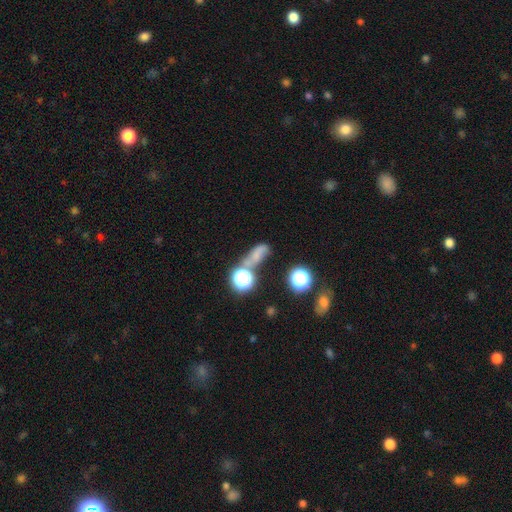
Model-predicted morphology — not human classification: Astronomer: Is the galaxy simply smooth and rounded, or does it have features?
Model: smooth — 52%.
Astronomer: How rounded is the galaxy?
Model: in between — 56% (runner-up: round, 32%).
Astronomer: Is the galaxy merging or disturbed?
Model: none — 42% (runner-up: merger, 26%).